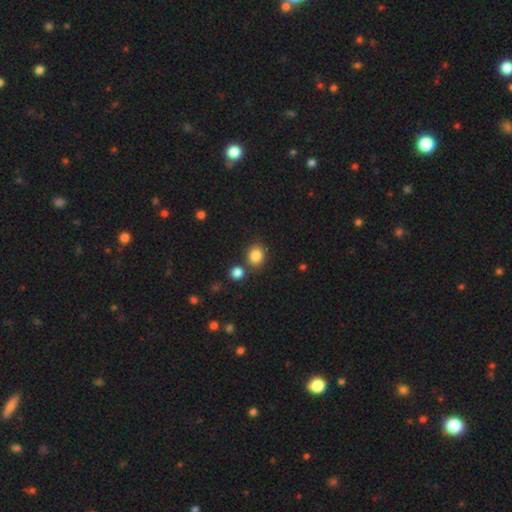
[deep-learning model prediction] This appears to be a smooth galaxy with no disk features (85%) that is round (66%). Merging: none (74%).